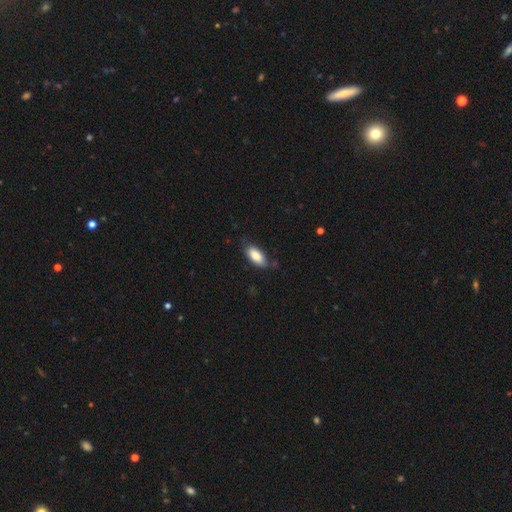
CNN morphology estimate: Smooth or featured: smooth — 84% (featured or disk — 9%)
How rounded: in between — 87% (cigar-shaped — 11%)
Merging: none — 71% (minor disturbance — 23%)